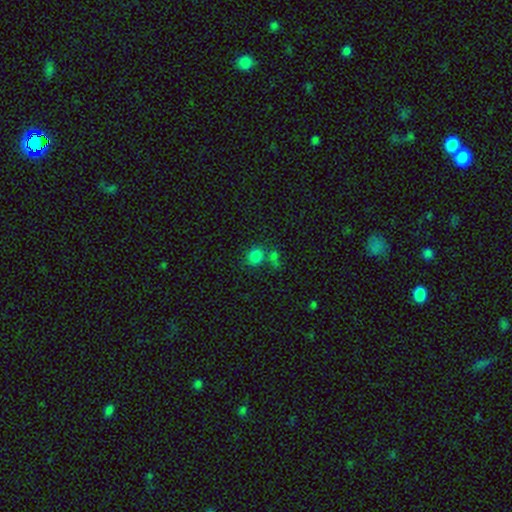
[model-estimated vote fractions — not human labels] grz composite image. It shows a smooth galaxy with no disk features (80%) that is round (69%). Merging: none (56%).